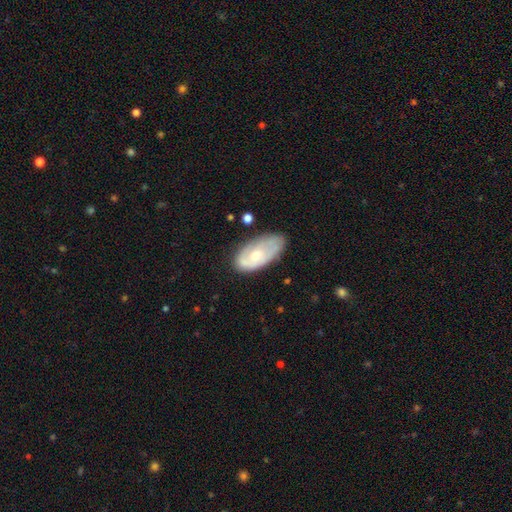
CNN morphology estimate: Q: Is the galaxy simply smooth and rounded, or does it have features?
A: featured or disk — 48%.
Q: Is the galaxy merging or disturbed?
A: none — 56%.